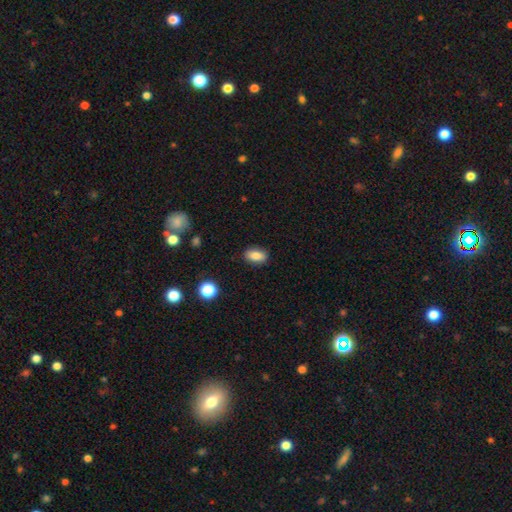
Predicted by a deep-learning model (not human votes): smooth-or-featured: smooth: 84% | star or artifact: 9% | featured or disk: 7%
  how-rounded: in between: 87% | round: 9% | cigar-shaped: 4%
  merging: none: 87% | minor disturbance: 9% | major disturbance: 2% | merger: 1%